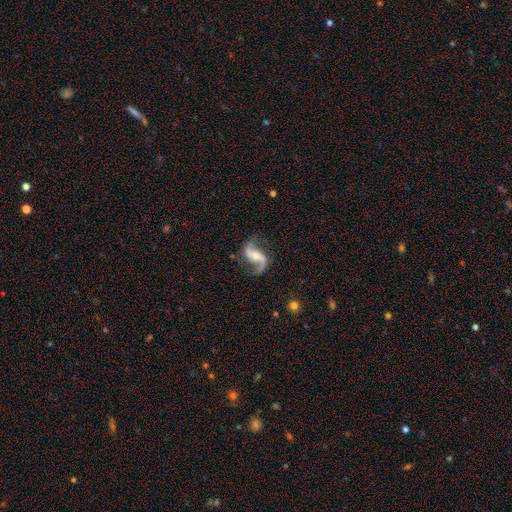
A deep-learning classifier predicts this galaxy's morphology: Smooth or featured?
  - featured or disk: 90% *
  - smooth: 5%
  - star or artifact: 5%
Edge-on disk?
  - no: 97% *
  - yes: 3%
Bar?
  - no: 36% *
  - weak: 35%
  - strong: 29%
Spiral arms?
  - yes: 97% *
  - no: 3%
Spiral winding?
  - loose: 71% *
  - medium: 24%
  - tight: 5%
Spiral arm count?
  - 2: 92% *
  - 1: 3%
  - can't tell: 2%
  - 3: 1%
  - 4: 1%
  - more than 4: 1%
Bulge size?
  - moderate: 50% *
  - small: 43%
  - large: 3%
  - none: 3%
  - dominant: 1%
Merging?
  - none: 76% *
  - minor disturbance: 15%
  - major disturbance: 8%
  - merger: 2%